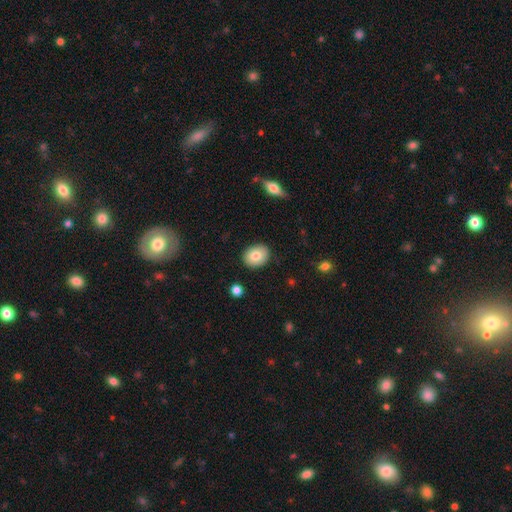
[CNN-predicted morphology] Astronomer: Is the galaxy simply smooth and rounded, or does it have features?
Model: smooth — 79%.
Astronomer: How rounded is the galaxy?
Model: in between — 56% (runner-up: round, 43%).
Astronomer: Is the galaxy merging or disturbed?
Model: none — 89%.